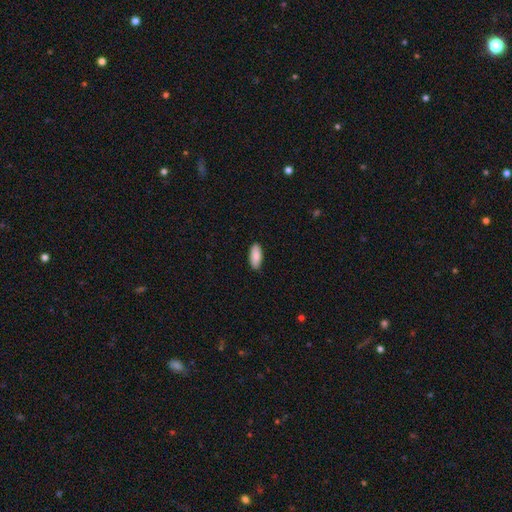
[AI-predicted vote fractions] smooth_or_featured: smooth (p=0.89) [alt: star or artifact p=0.06]
how_rounded: in between (p=0.83) [alt: cigar-shaped p=0.15]
merging: none (p=0.87) [alt: minor disturbance p=0.10]